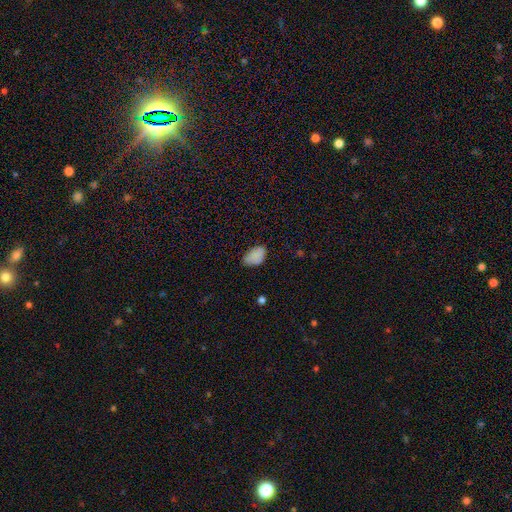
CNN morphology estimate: Q: Smooth or featured?
A: smooth (83%); runner-up: star or artifact (10%)
Q: How rounded?
A: in between (91%); runner-up: round (8%)
Q: Merging?
A: none (66%); runner-up: minor disturbance (26%)